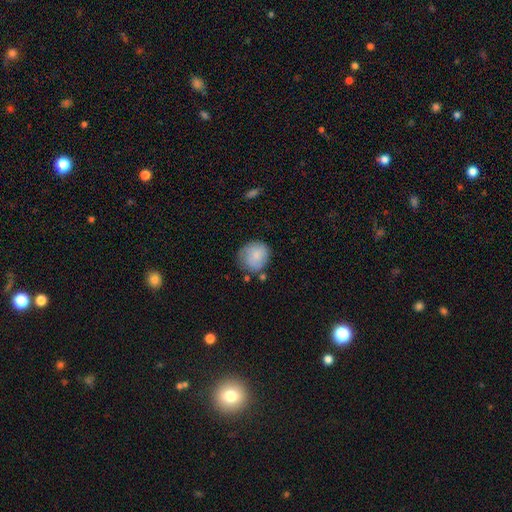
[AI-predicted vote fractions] The model was most divided on "merging": none: 60%, minor disturbance: 27%, major disturbance: 8%, merger: 6%. More confident: how rounded — round (82%); smooth or featured — smooth (77%).